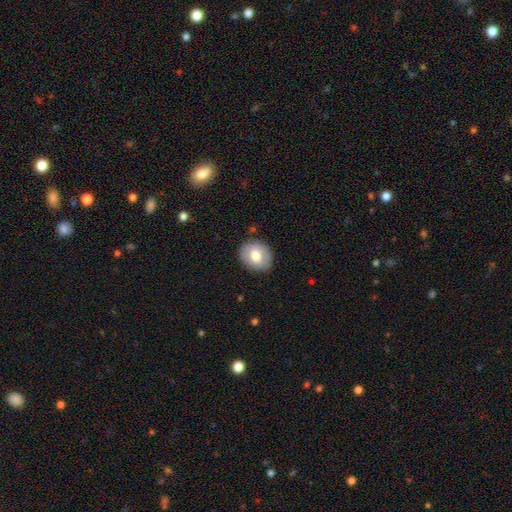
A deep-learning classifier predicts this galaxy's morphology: type=smooth (68%); roundness=round (55%); merging=none (85%).